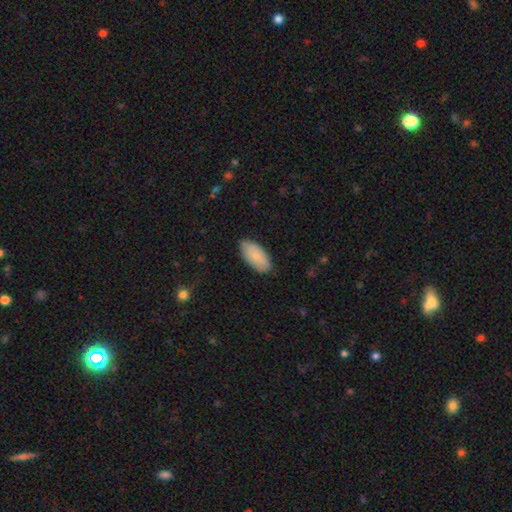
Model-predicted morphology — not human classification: smooth_or_featured: smooth (p=0.80) [alt: featured or disk p=0.15]
how_rounded: in between (p=0.93) [alt: cigar-shaped p=0.05]
merging: none (p=0.81) [alt: minor disturbance p=0.15]